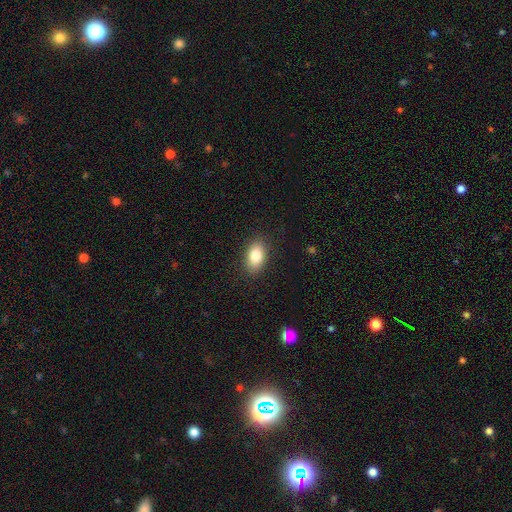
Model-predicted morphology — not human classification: smooth-or-featured: smooth: 84% | featured or disk: 8% | star or artifact: 8%
  how-rounded: in between: 90% | round: 7% | cigar-shaped: 2%
  merging: none: 87% | minor disturbance: 9% | major disturbance: 3% | merger: 1%